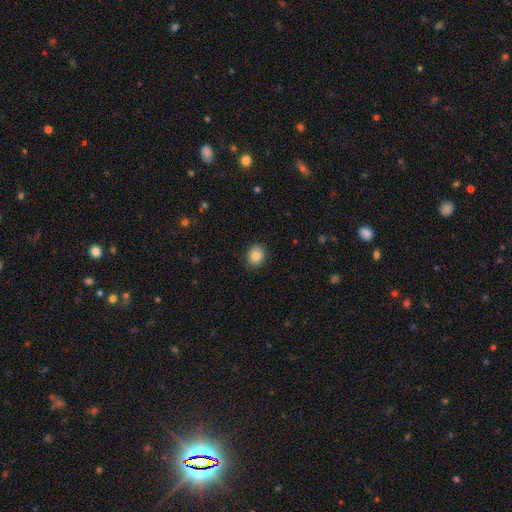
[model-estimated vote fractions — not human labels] This is clearly a smooth galaxy (86%). How rounded: likely round (67%). Merging: clearly none (89%).